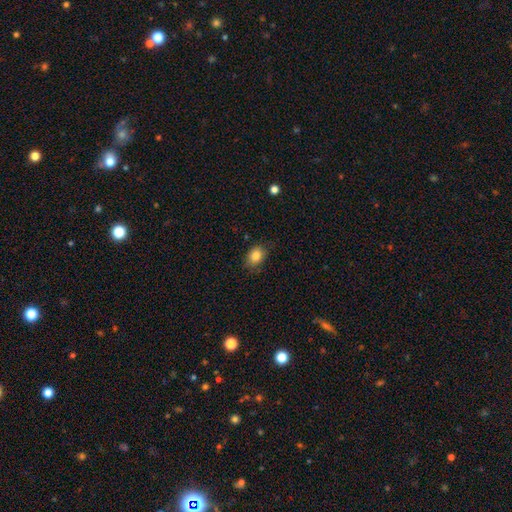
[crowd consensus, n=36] Smooth or featured? 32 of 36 (89%) said smooth. How rounded? 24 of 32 (75%) said in between. Merging? 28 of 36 (78%) said none.